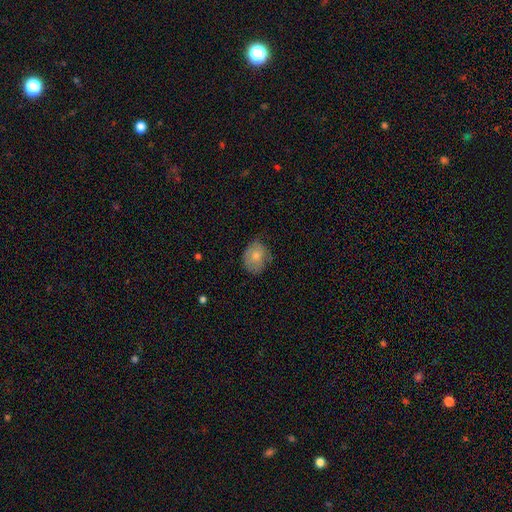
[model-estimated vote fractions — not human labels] Q: Smooth or featured?
A: smooth (69%); runner-up: featured or disk (24%)
Q: How rounded?
A: in between (51%); runner-up: round (48%)
Q: Merging?
A: none (56%); runner-up: minor disturbance (32%)